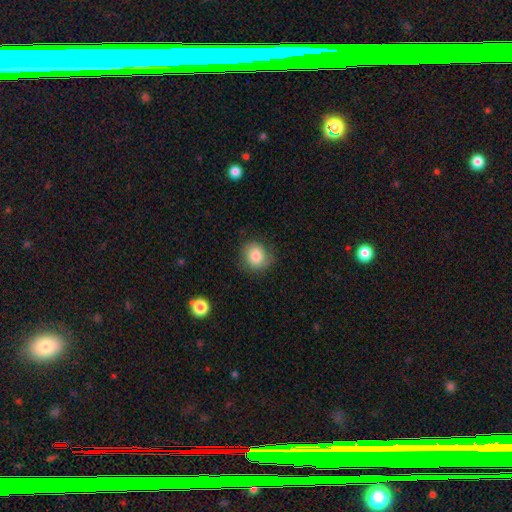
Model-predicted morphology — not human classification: smooth-or-featured: smooth: 78% | featured or disk: 14% | star or artifact: 8%
  how-rounded: round: 82% | in between: 17% | cigar-shaped: 1%
  merging: none: 79% | minor disturbance: 15% | major disturbance: 5% | merger: 1%